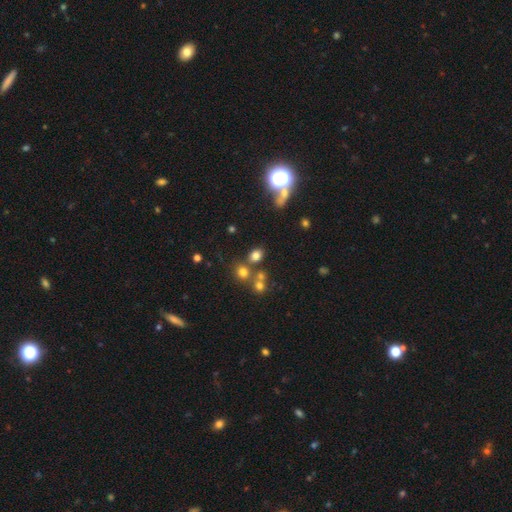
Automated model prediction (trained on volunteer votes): smooth-or-featured: smooth: 71% | star or artifact: 19% | featured or disk: 10%
  how-rounded: round: 57% | in between: 41% | cigar-shaped: 1%
  merging: none: 67% | merger: 18% | minor disturbance: 10% | major disturbance: 5%